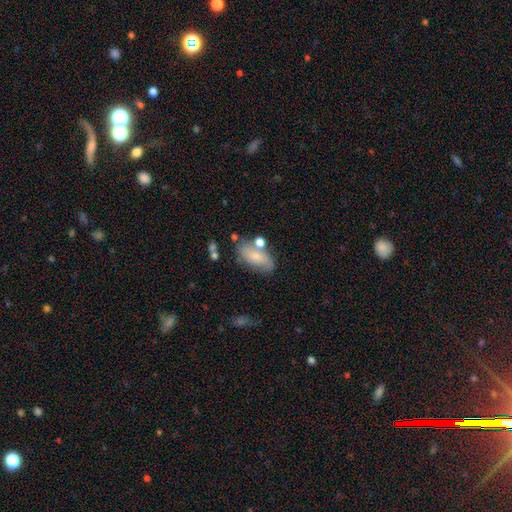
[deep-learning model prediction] smooth-or-featured: smooth: 64% | featured or disk: 28% | star or artifact: 8%
  how-rounded: in between: 86% | cigar-shaped: 8% | round: 6%
  merging: none: 57% | minor disturbance: 21% | merger: 15% | major disturbance: 7%